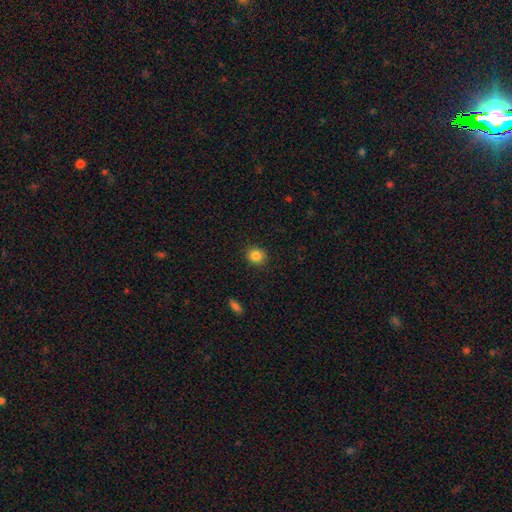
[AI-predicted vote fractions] smooth_or_featured: smooth (p=0.86) [alt: star or artifact p=0.10]
how_rounded: round (p=0.81) [alt: in between p=0.18]
merging: none (p=0.90) [alt: minor disturbance p=0.07]